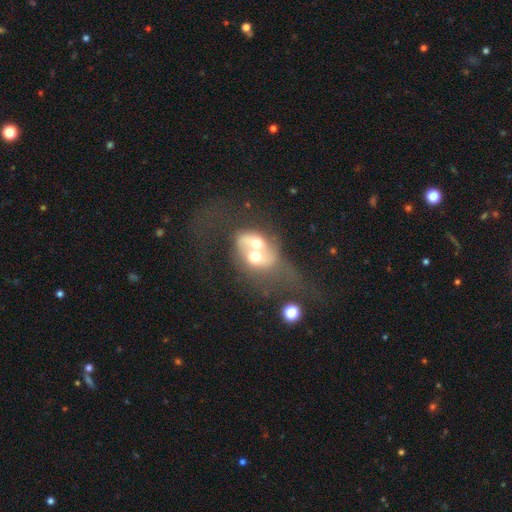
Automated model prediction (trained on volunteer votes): smooth_or_featured: featured or disk (p=0.47) [alt: smooth p=0.42]
merging: merger (p=0.73) [alt: major disturbance p=0.11]